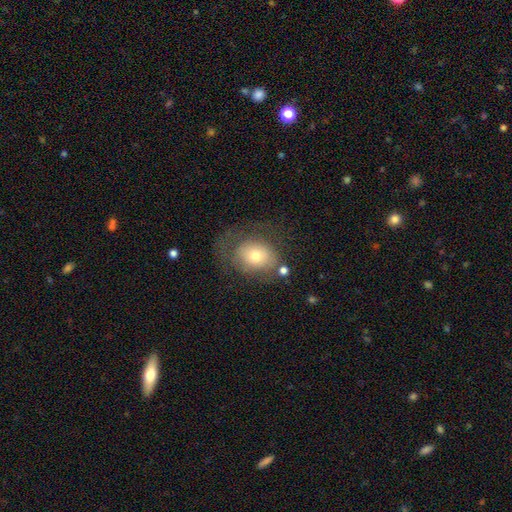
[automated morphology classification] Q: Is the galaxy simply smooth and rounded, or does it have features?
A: smooth — 61%.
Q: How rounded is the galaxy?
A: in between — 56%.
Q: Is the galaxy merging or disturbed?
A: none — 51%.